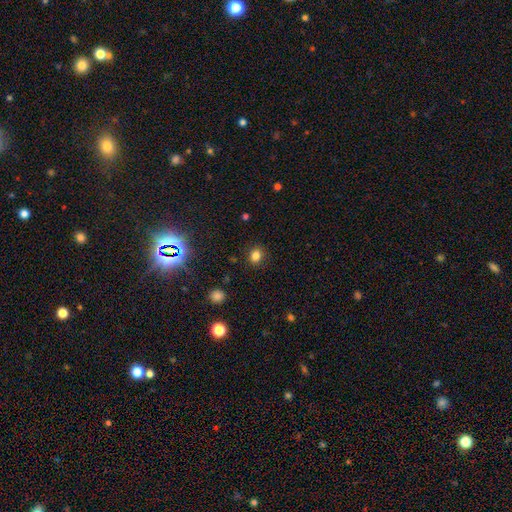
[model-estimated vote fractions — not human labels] Overall: smooth (82%). How rounded: round (59%; in between 40%). Merging: none (86%).